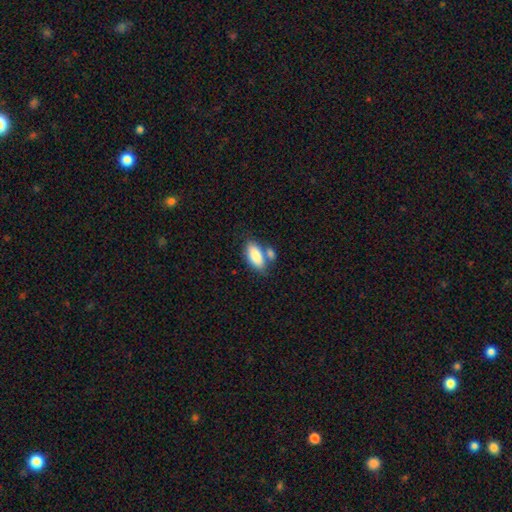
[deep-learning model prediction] smooth-or-featured: smooth: 86% | featured or disk: 8% | star or artifact: 6%
  how-rounded: in between: 91% | cigar-shaped: 6% | round: 3%
  merging: none: 53% | merger: 29% | minor disturbance: 14% | major disturbance: 5%